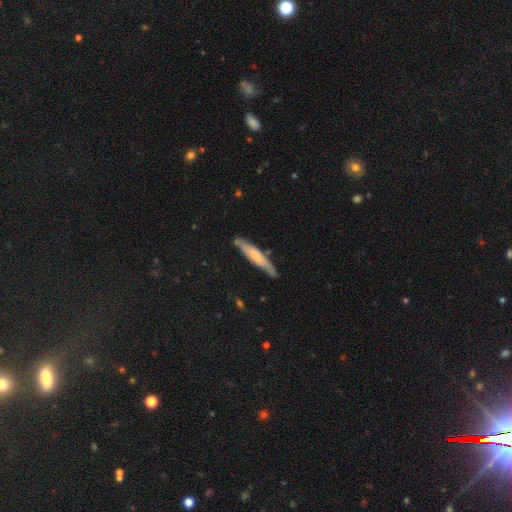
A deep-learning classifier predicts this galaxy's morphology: type=smooth (58%); roundness=cigar-shaped (90%); merging=none (79%).